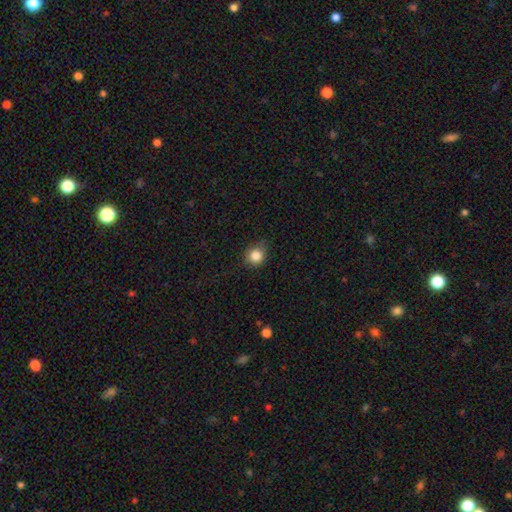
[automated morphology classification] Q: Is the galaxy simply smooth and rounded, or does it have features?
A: smooth — 84%.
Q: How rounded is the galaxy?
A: round — 83%.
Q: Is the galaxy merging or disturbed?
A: none — 74%.